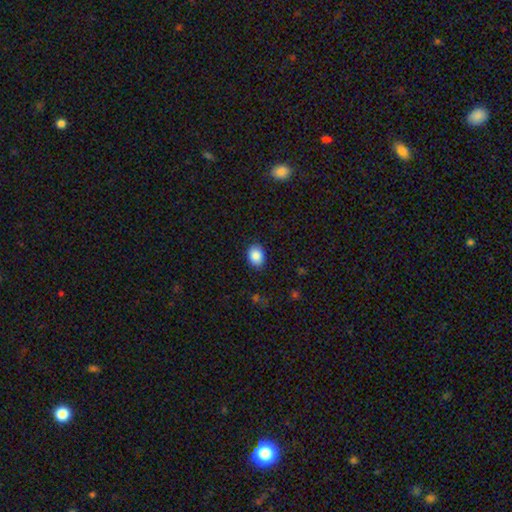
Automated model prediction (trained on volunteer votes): smooth 88%, star or artifact 8%, featured or disk 4%. Down the decision tree: how rounded — in between (65%); merging — none (87%).